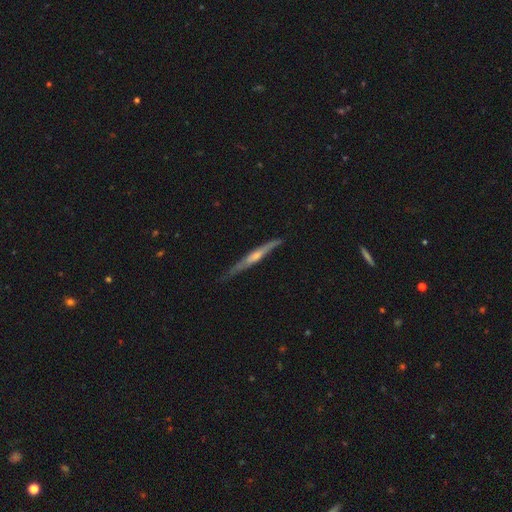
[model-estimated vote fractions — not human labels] Smooth or featured: featured or disk — 67% (smooth — 27%)
Edge-on disk: yes — 95% (no — 5%)
Edge-on bulge: rounded — 62% (none — 29%)
Merging: none — 76% (minor disturbance — 19%)